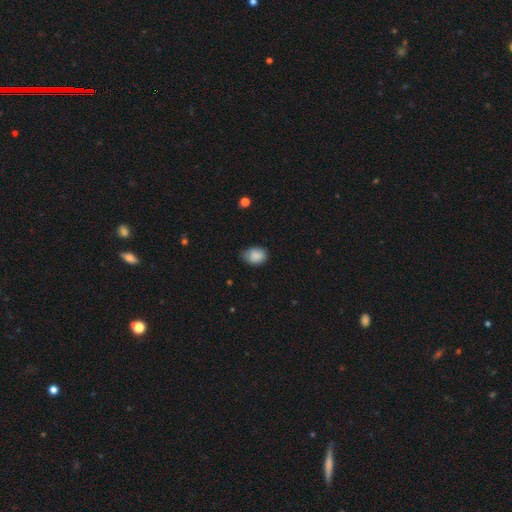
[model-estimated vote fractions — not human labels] Morphology: type=smooth (86%); roundness=in between (66%); merging=none (58%).